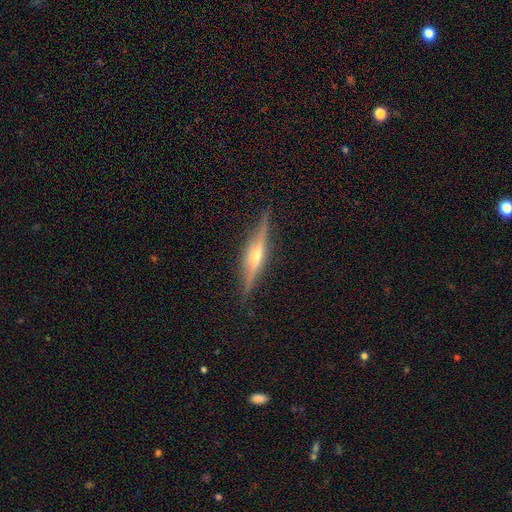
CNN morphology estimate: featured or disk 80%, smooth 14%, star or artifact 6%. Down the decision tree: edge-on disk — yes (97%); edge-on bulge — rounded (83%); merging — none (87%).